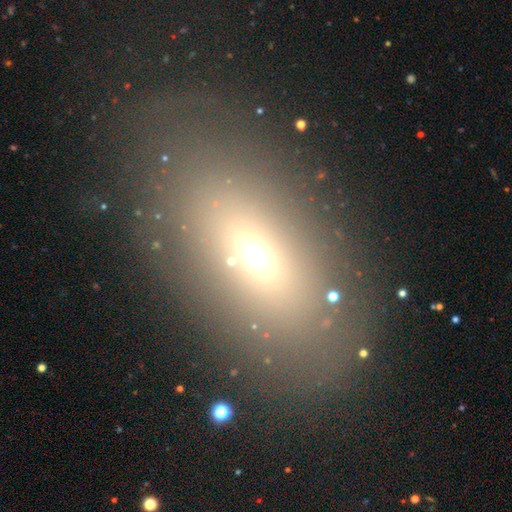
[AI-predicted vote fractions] The model was most divided on "smooth or featured": smooth: 61%, star or artifact: 20%, featured or disk: 19%. More confident: how rounded — in between (80%); merging — none (75%).